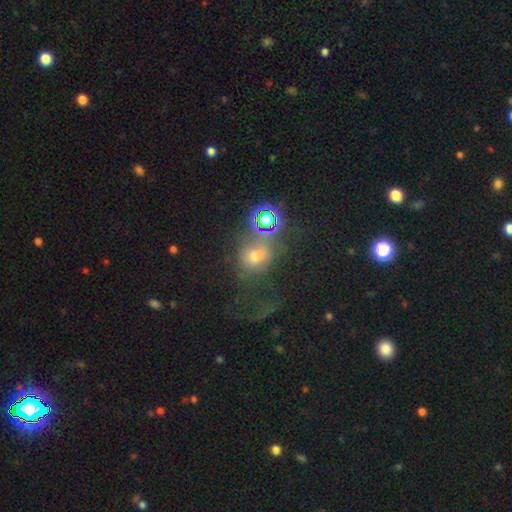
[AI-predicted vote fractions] Smooth or featured? Predicted: smooth (p=0.51). How rounded? Predicted: round (p=0.64). Merging? Predicted: none (p=0.40).